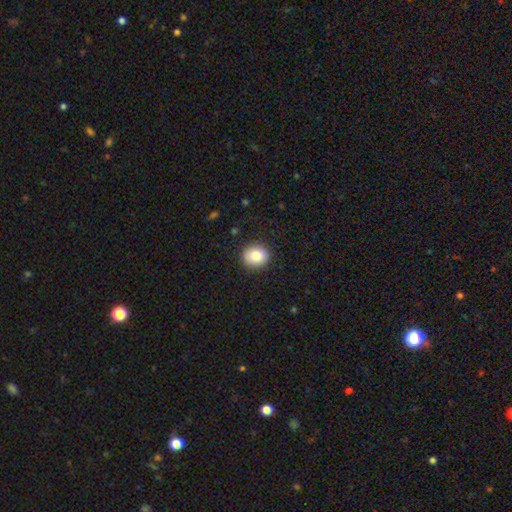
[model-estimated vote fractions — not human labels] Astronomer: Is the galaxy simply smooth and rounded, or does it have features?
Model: smooth — 86%.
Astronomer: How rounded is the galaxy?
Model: round — 70%.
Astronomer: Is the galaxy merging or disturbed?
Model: none — 89%.